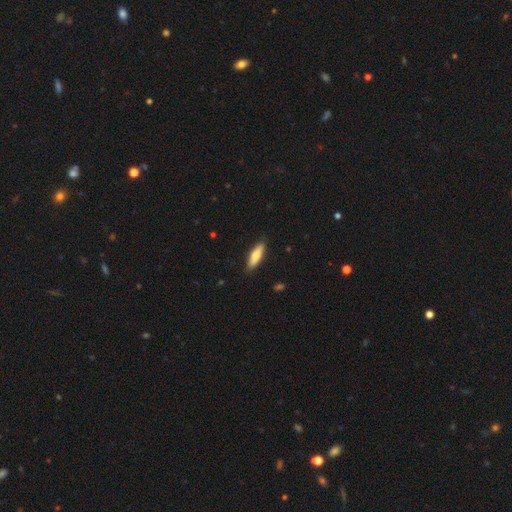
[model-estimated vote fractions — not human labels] Smooth or featured: smooth — 73% (featured or disk — 21%)
How rounded: cigar-shaped — 59% (in between — 40%)
Merging: none — 88% (minor disturbance — 9%)